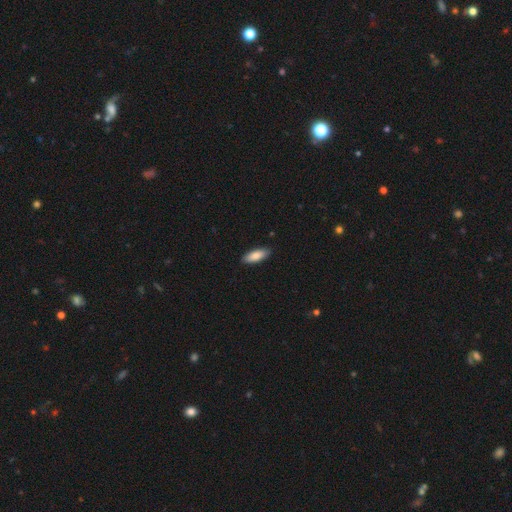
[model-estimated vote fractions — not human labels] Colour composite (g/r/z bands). It shows a smooth galaxy with no disk features (84%) that is in between round and cigar-shaped (69%). Merging: none (89%).